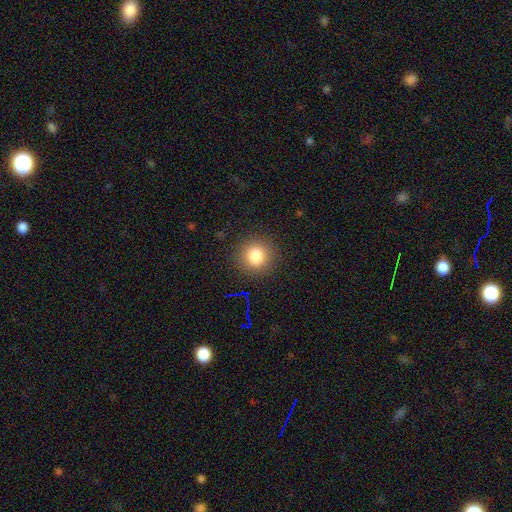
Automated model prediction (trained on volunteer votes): Smooth or featured?
  - smooth: 81% *
  - star or artifact: 12%
  - featured or disk: 6%
How rounded?
  - round: 92% *
  - in between: 7%
  - cigar-shaped: 1%
Merging?
  - none: 89% *
  - minor disturbance: 7%
  - major disturbance: 3%
  - merger: 1%